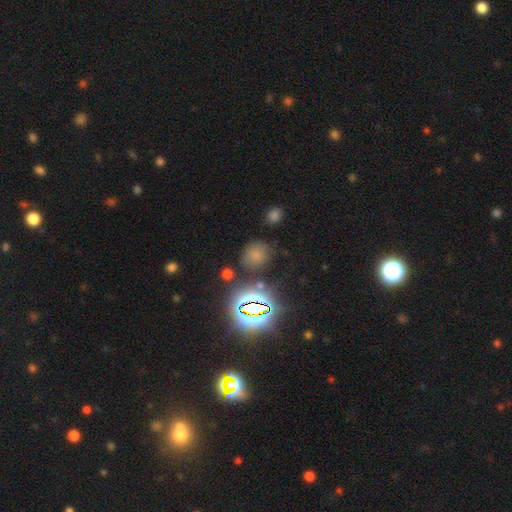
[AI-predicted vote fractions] A smooth galaxy with no disk features (64%) that is round (78%).

Vote fractions:
- Smooth or featured? smooth: 64% / star or artifact: 27% / featured or disk: 9%
- How rounded? round: 78% / in between: 21% / cigar-shaped: 1%
- Merging? none: 75% / minor disturbance: 15% / major disturbance: 6% / merger: 5%